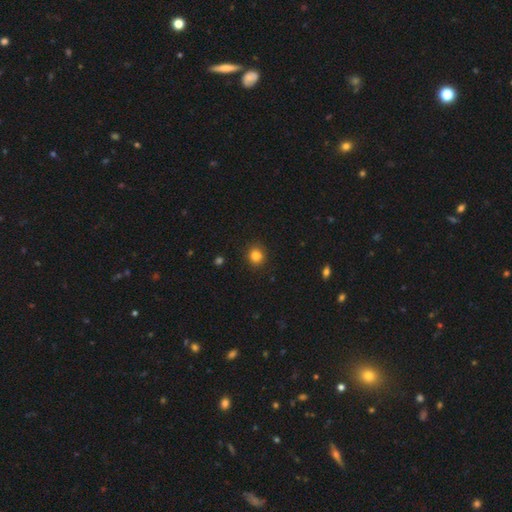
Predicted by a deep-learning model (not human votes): smooth_or_featured: smooth (p=0.83) [alt: star or artifact p=0.12]
how_rounded: round (p=0.85) [alt: in between p=0.14]
merging: none (p=0.90) [alt: minor disturbance p=0.07]